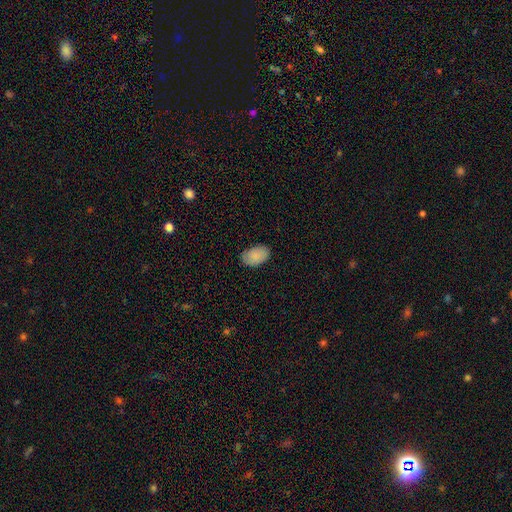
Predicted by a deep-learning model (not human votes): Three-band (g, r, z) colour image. It shows a smooth galaxy with no disk features (88%) that is in between round and cigar-shaped (89%). Merging: none (83%).